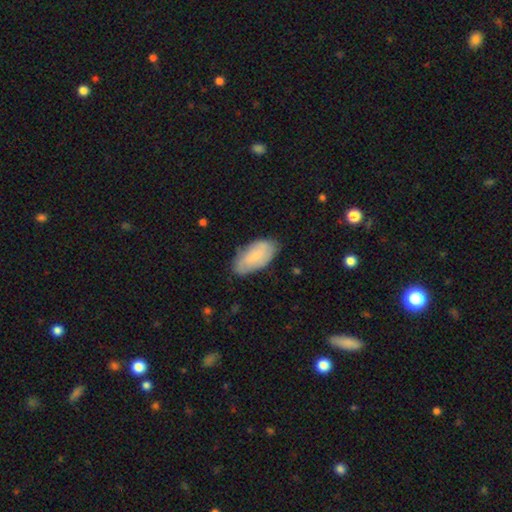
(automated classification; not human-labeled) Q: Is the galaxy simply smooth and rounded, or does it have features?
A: smooth — 70%.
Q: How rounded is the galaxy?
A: in between — 93%.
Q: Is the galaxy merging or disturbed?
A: none — 76%.